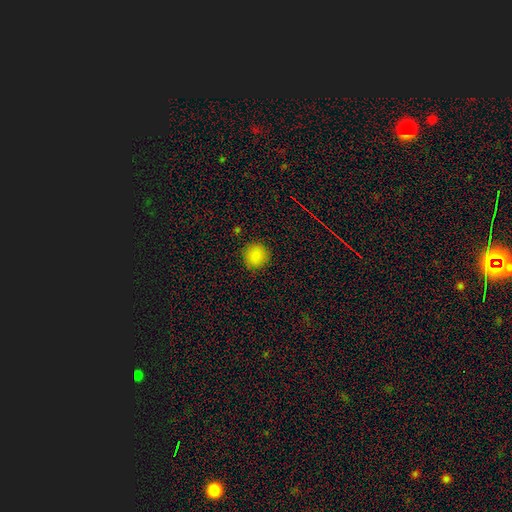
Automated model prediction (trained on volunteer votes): A smooth galaxy with no disk features (86%) that is round (93%).

Vote fractions:
- Smooth or featured? smooth: 86% / star or artifact: 10% / featured or disk: 4%
- How rounded? round: 93% / in between: 6% / cigar-shaped: 1%
- Merging? none: 90% / minor disturbance: 7% / major disturbance: 2% / merger: 1%